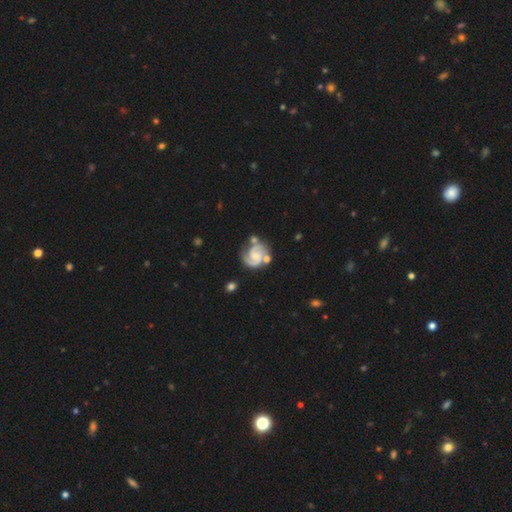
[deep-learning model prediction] featured or disk 87%, smooth 8%, star or artifact 5%. Down the decision tree: edge-on disk — no (98%); bar — no (56%); spiral arms — yes (98%); spiral arm count — 2 (86%); spiral winding — medium (45%, tied with tight); bulge size — small (52%); merging — none (63%).